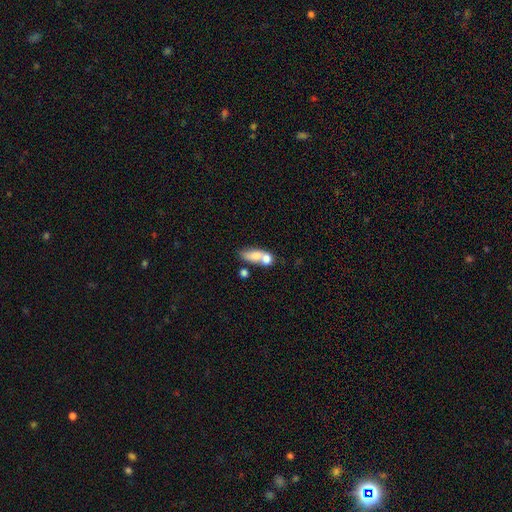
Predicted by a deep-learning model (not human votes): This appears to be a smooth galaxy with no disk features (69%) that is in between round and cigar-shaped (65%). Merging: merger (52%).